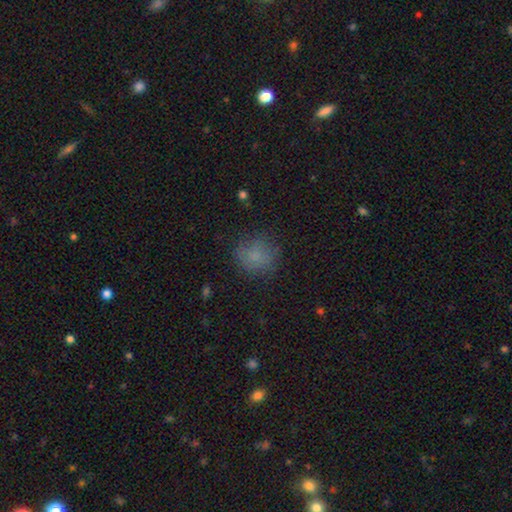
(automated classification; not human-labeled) Overall: smooth (78%). How rounded: round (82%). Merging: none (77%).